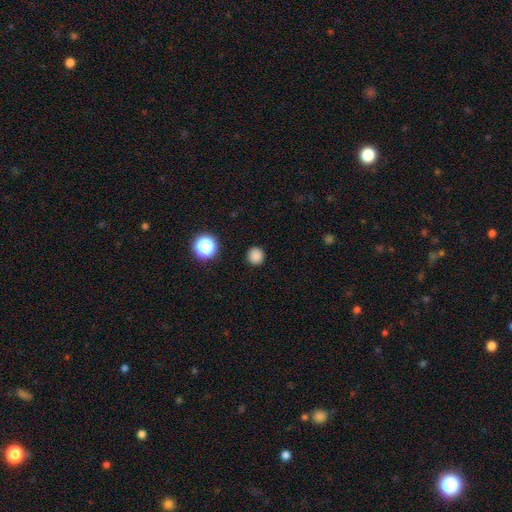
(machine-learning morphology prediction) smooth 84%, star or artifact 13%, featured or disk 3%. Down the decision tree: how rounded — round (94%); merging — none (91%).